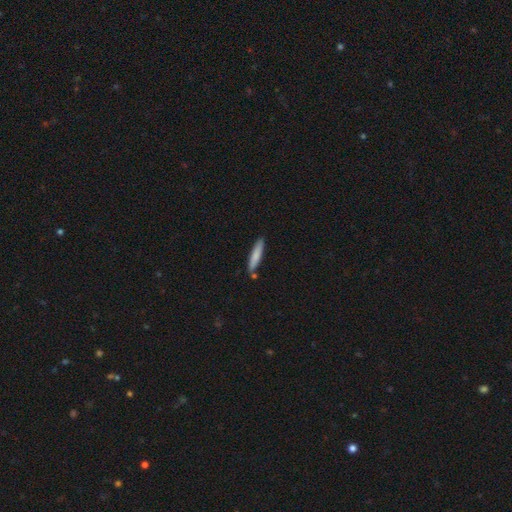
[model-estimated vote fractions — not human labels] Smooth or featured? Predicted: smooth (p=0.79). How rounded? Predicted: cigar-shaped (p=0.89). Merging? Predicted: none (p=0.82).